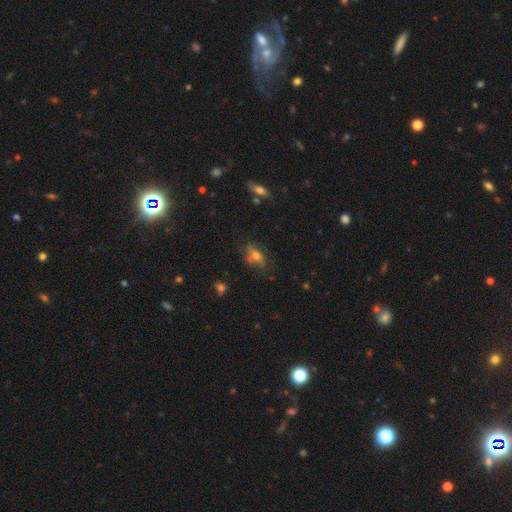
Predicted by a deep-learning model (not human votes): smooth 57%, featured or disk 28%, star or artifact 15%. Down the decision tree: how rounded — in between (75%); merging — none (59%).